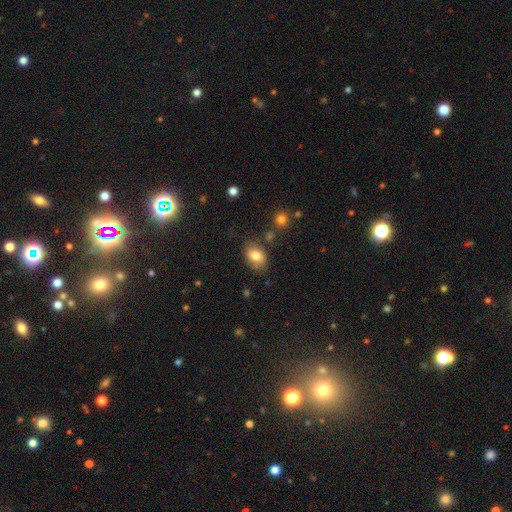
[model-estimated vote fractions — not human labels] This is likely a smooth galaxy (77%). How rounded: likely in between (79%). Merging: likely none (72%).